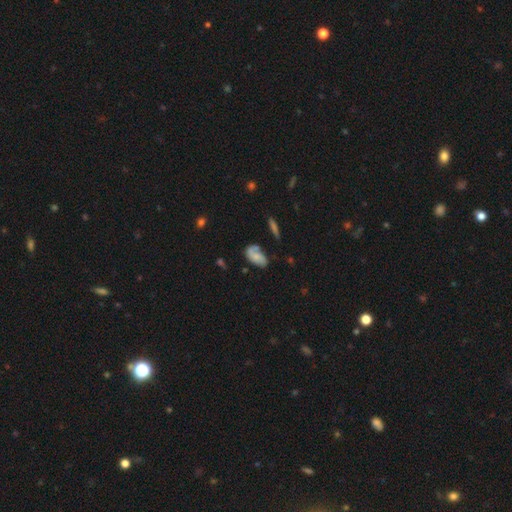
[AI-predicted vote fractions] A smooth galaxy with no disk features (51%) that is in between round and cigar-shaped (90%). Merging: none (49%).